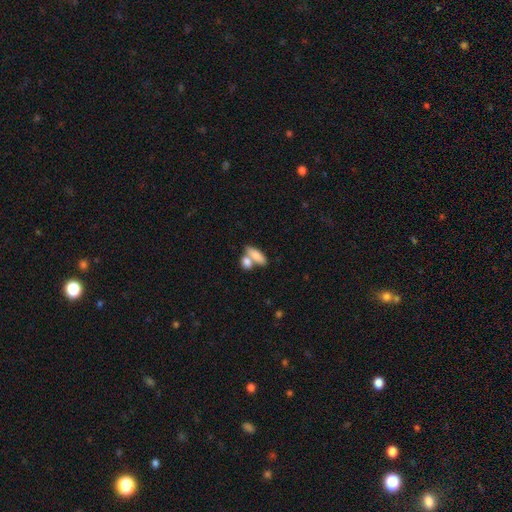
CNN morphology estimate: Smooth or featured? Predicted: smooth (p=0.77). How rounded? Predicted: in between (p=0.74). Merging? Predicted: merger (p=0.52).